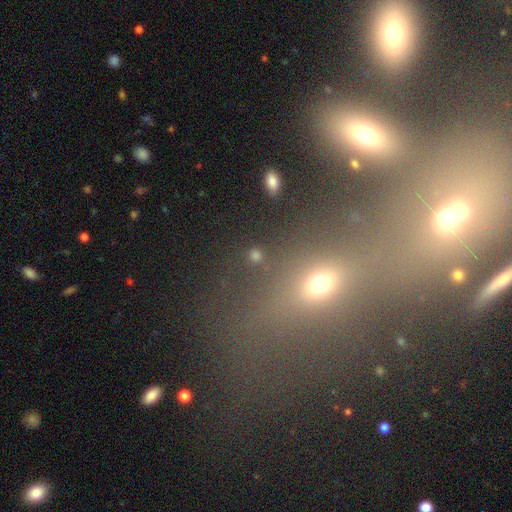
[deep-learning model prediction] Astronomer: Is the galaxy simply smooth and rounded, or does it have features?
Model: smooth — 68%.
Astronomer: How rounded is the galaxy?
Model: round — 80%.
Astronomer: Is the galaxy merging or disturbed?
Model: none — 82%.